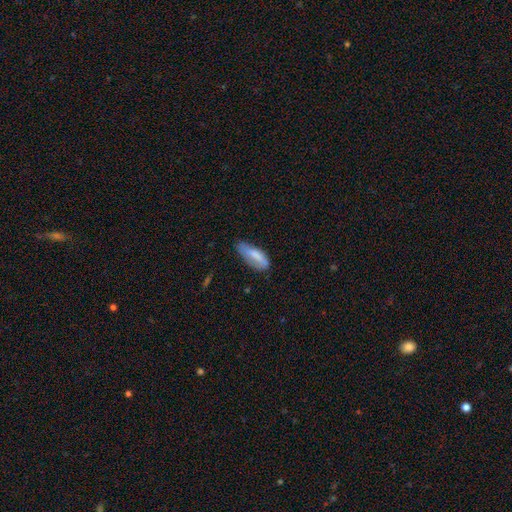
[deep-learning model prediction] The model was most divided on "merging": none: 50%, minor disturbance: 35%, major disturbance: 12%, merger: 3%. More confident: smooth or featured — smooth (74%); how rounded — in between (59%).